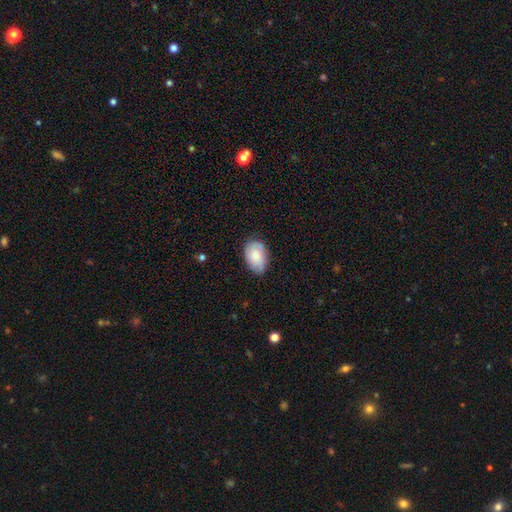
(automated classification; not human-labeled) smooth_or_featured: smooth (p=0.69) [alt: featured or disk p=0.24]
how_rounded: in between (p=0.84) [alt: round p=0.15]
merging: none (p=0.73) [alt: minor disturbance p=0.22]